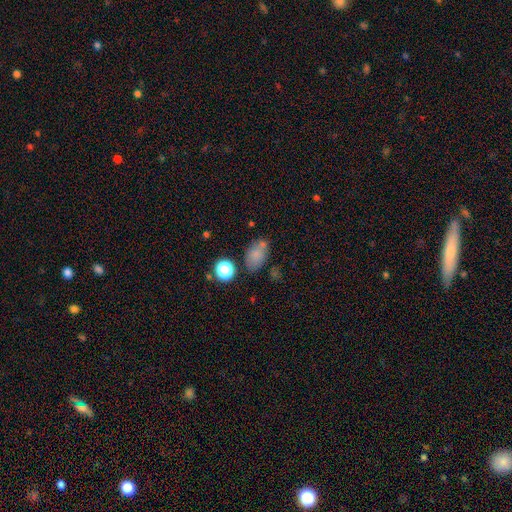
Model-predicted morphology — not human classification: This is likely a smooth galaxy (75%). How rounded: clearly in between (82%). Merging: likely none (60%).